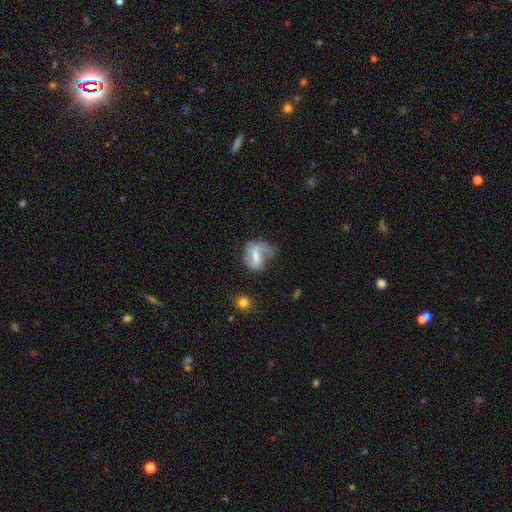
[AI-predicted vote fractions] featured or disk 62%, smooth 30%, star or artifact 7%. Down the decision tree: edge-on disk — no (97%); bar — weak (47%); spiral arms — yes (84%); spiral arm count — 2 (67%); spiral winding — loose (52%); bulge size — moderate (38%, tied with small); merging — none (44%).